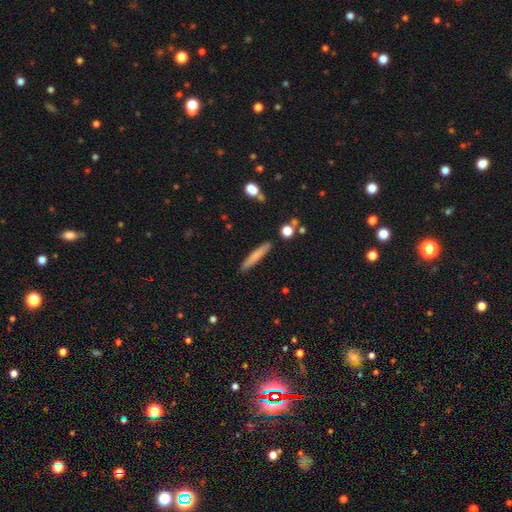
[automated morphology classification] Smooth or featured? smooth (71%)
How rounded? cigar-shaped (93%)
Merging? none (88%)